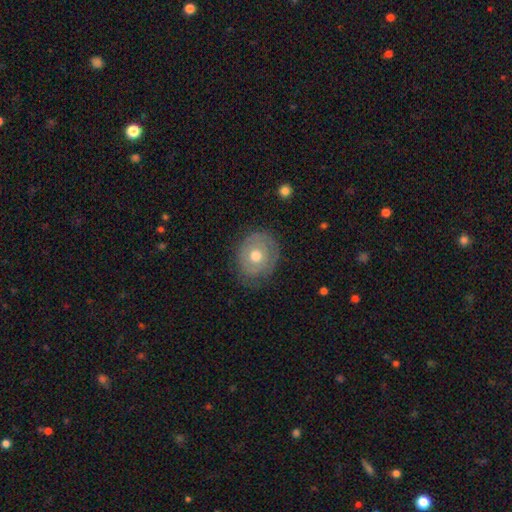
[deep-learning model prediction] smooth-or-featured: featured or disk: 47% | smooth: 44% | star or artifact: 9%
  merging: none: 77% | minor disturbance: 17% | major disturbance: 5% | merger: 1%